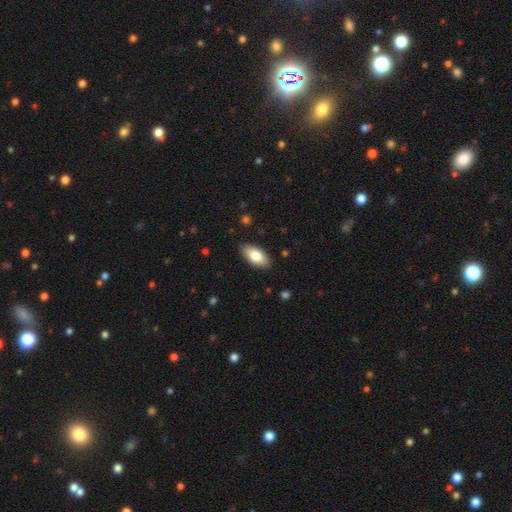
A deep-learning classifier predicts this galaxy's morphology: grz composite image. It shows a smooth galaxy with no disk features (80%) that is in between round and cigar-shaped (92%). Merging: none (88%).